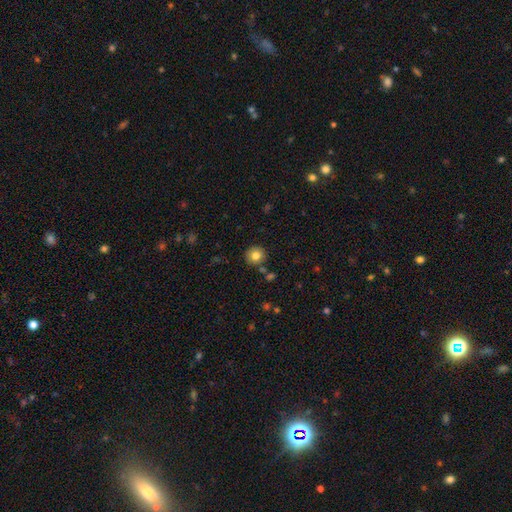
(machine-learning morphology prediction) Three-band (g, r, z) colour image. It shows a smooth galaxy with no disk features (79%) that is round (91%). Merging: none (86%).